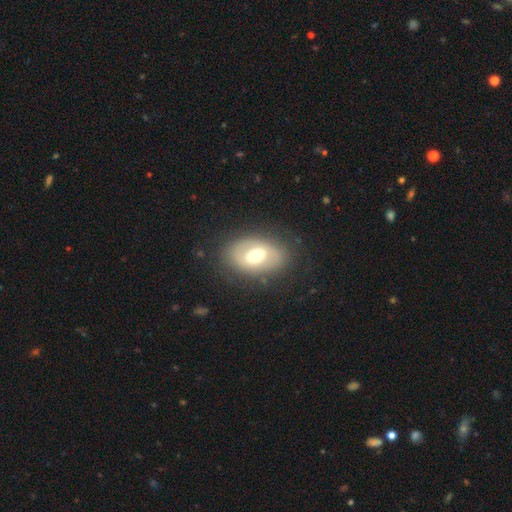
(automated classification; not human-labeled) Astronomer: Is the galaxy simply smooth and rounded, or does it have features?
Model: smooth — 46%, tied with featured or disk at 46%.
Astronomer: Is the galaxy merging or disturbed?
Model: none — 77%.